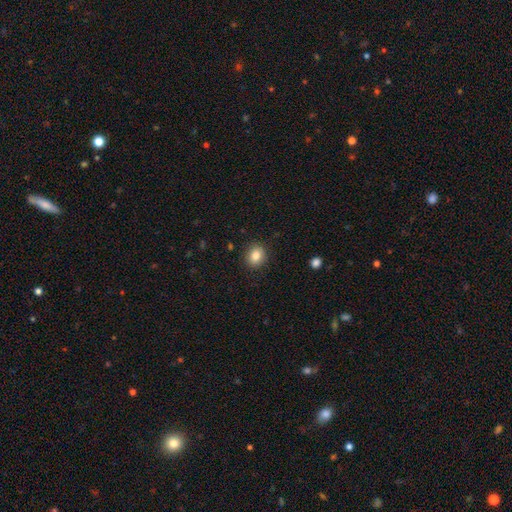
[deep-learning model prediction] Smooth or featured? Predicted: smooth (p=0.84). How rounded? Predicted: round (p=0.68). Merging? Predicted: none (p=0.90).